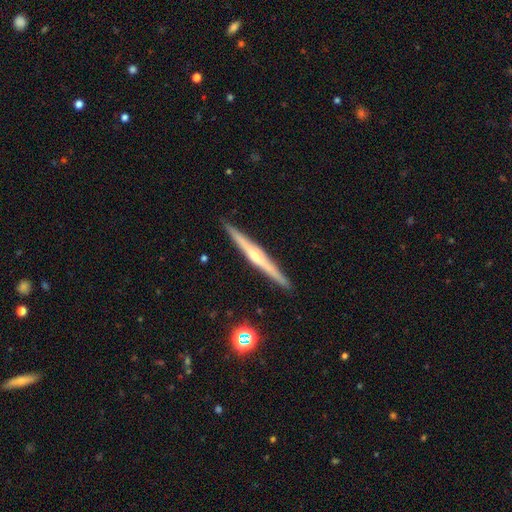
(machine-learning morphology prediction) Q: Smooth or featured?
A: featured or disk (75%); runner-up: smooth (18%)
Q: Edge-on disk?
A: yes (98%); runner-up: no (2%)
Q: Edge-on bulge?
A: rounded (77%); runner-up: none (18%)
Q: Merging?
A: none (92%); runner-up: minor disturbance (6%)